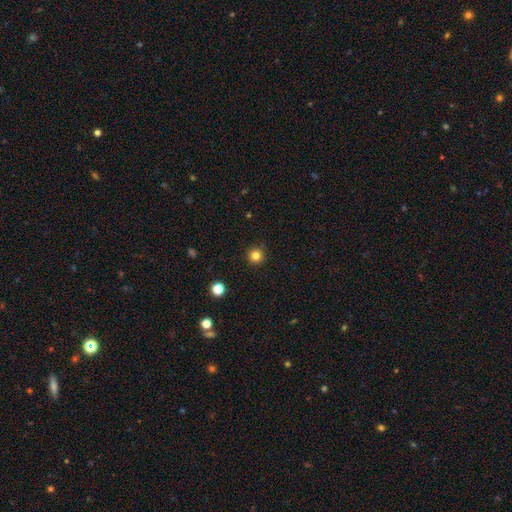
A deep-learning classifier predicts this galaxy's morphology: The model was most divided on "smooth or featured": smooth: 82%, star or artifact: 13%, featured or disk: 5%. More confident: how rounded — round (96%); merging — none (92%).